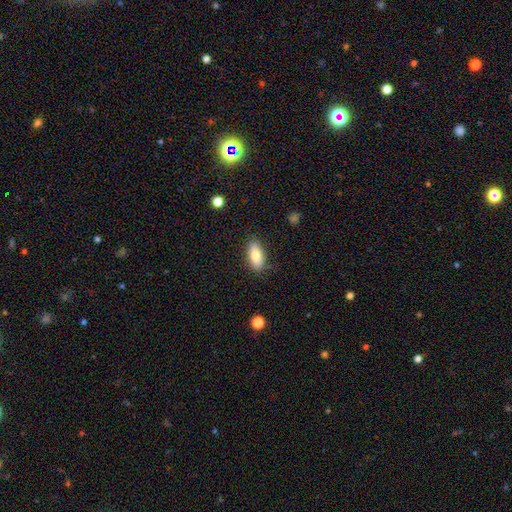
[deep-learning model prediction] A smooth galaxy with no disk features (80%) that is in between round and cigar-shaped (85%).

Vote fractions:
- Smooth or featured? smooth: 80% / featured or disk: 12% / star or artifact: 7%
- How rounded? in between: 85% / cigar-shaped: 11% / round: 3%
- Merging? none: 83% / minor disturbance: 13% / major disturbance: 3% / merger: 1%